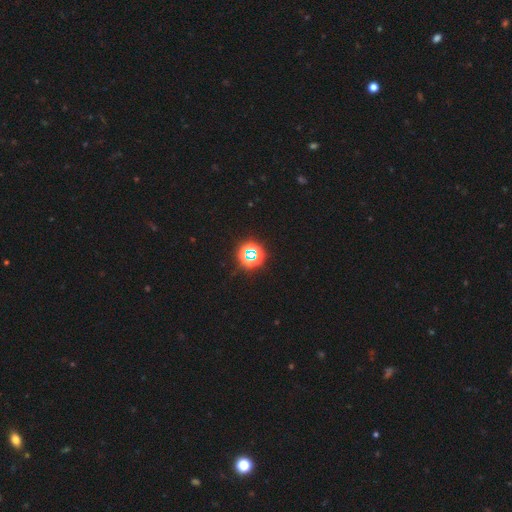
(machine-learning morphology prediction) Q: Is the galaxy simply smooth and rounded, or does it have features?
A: star or artifact — 68%.